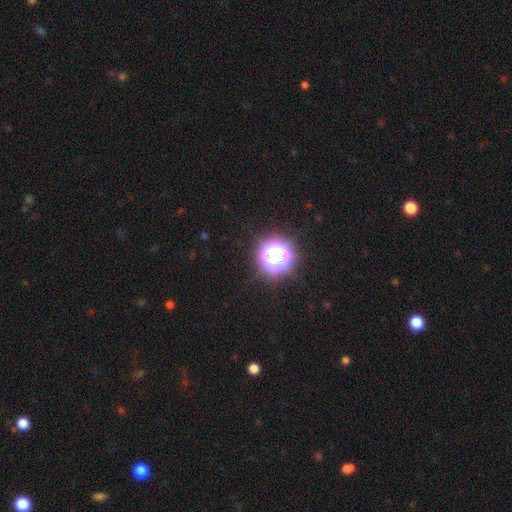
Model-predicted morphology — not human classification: Smooth or featured? Predicted: star or artifact (p=0.83).